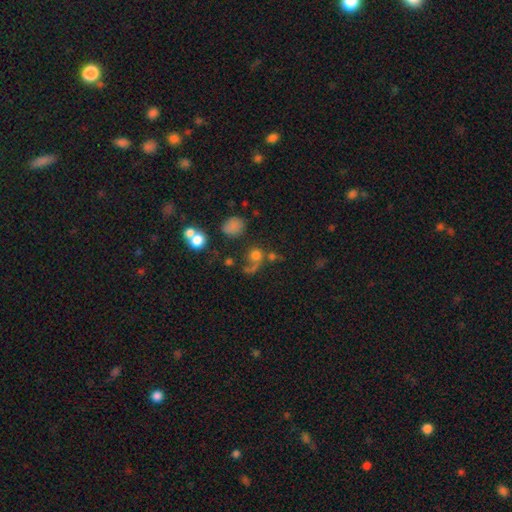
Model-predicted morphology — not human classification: Q: Smooth or featured?
A: smooth (61%); runner-up: featured or disk (21%)
Q: How rounded?
A: round (80%); runner-up: in between (18%)
Q: Merging?
A: none (36%); runner-up: major disturbance (26%)